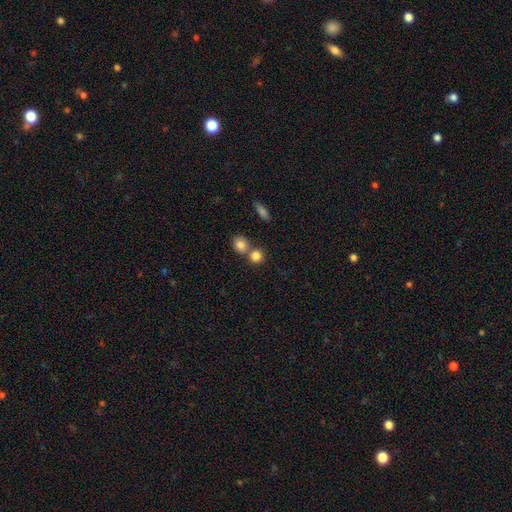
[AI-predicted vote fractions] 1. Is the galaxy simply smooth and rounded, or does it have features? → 83% smooth, 10% star or artifact, 7% featured or disk.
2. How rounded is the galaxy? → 83% round, 15% in between, 1% cigar-shaped.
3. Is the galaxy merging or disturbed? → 54% none, 37% merger, 7% minor disturbance, 3% major disturbance.